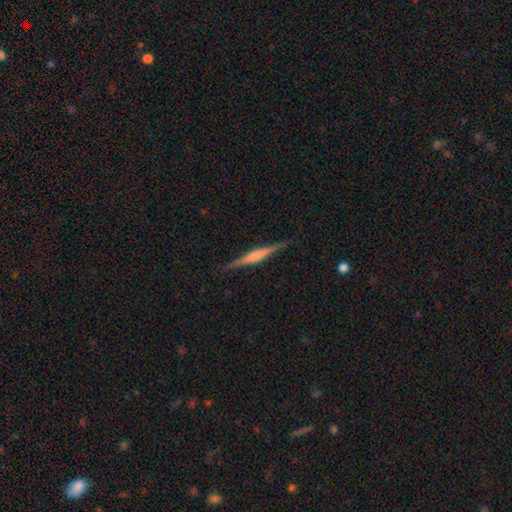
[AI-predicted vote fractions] smooth-or-featured: featured or disk: 76% | smooth: 18% | star or artifact: 6%
  disk-edge-on: yes: 98% | no: 2%
    edge-on-bulge: rounded: 55% | boxy: 34% | none: 11%
  merging: none: 90% | minor disturbance: 7% | major disturbance: 2% | merger: 1%